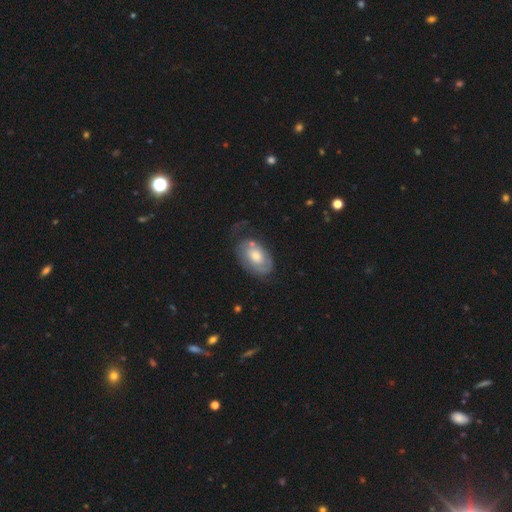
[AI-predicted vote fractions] A featured or disk galaxy (55%) with no bar (78%), spiral arms (70%) and a moderate central bulge (57%).

Vote fractions:
- Smooth or featured? featured or disk: 55% / smooth: 39% / star or artifact: 6%
- Edge-on disk? no: 95% / yes: 5%
- Bar? no: 78% / weak: 19% / strong: 3%
- Spiral arms? yes: 70% / no: 30%
- Bulge size? moderate: 57% / small: 20% / large: 19% / none: 3% / dominant: 2%
- Merging? none: 55% / minor disturbance: 25% / major disturbance: 15% / merger: 5%